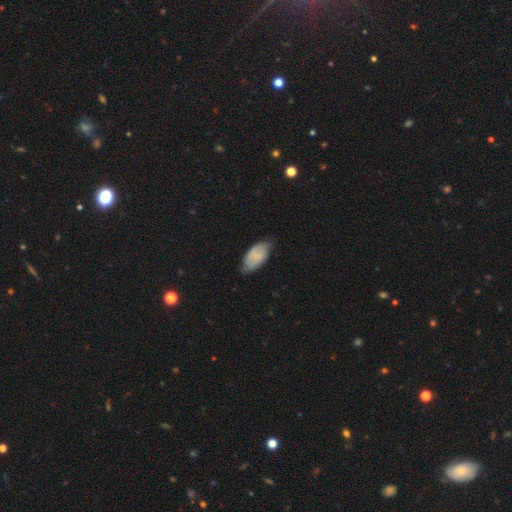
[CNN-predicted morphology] This appears to be a smooth galaxy with no disk features (74%) that is in between round and cigar-shaped (93%). Merging: none (66%).